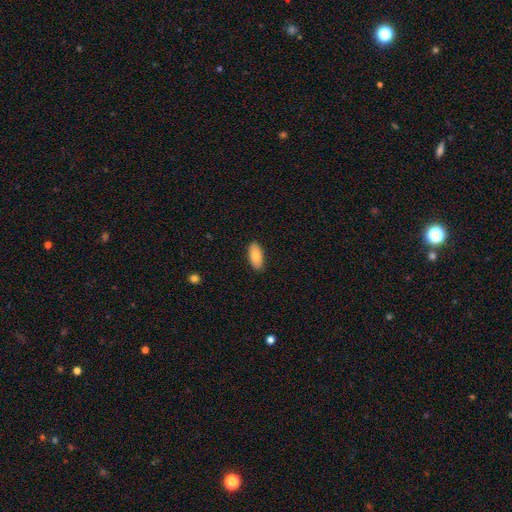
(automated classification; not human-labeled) Q: Smooth or featured?
A: smooth (82%); runner-up: featured or disk (12%)
Q: How rounded?
A: in between (91%); runner-up: cigar-shaped (7%)
Q: Merging?
A: none (89%); runner-up: minor disturbance (9%)